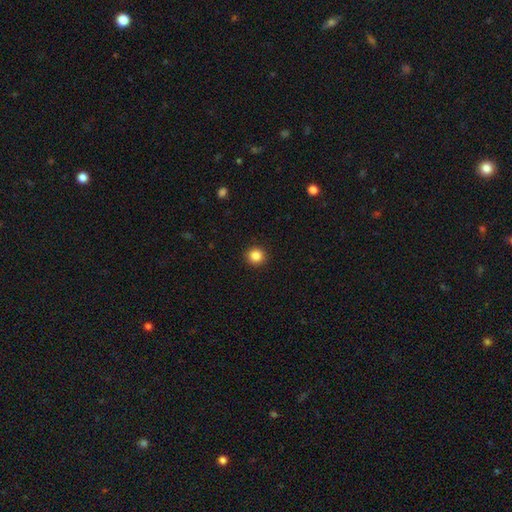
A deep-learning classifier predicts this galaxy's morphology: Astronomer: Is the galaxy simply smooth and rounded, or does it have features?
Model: smooth — 85%.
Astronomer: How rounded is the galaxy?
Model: round — 93%.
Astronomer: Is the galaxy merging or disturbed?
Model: none — 93%.